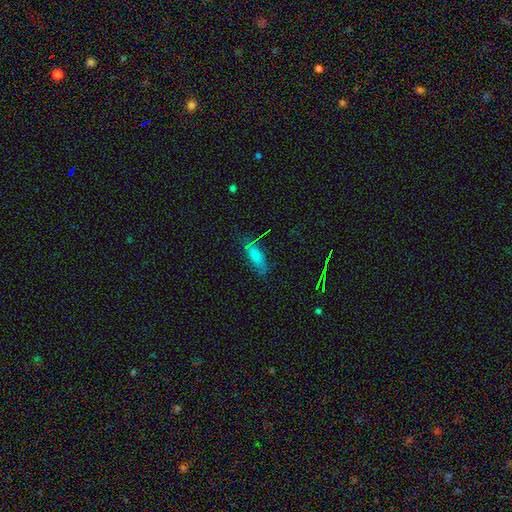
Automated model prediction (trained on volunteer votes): Smooth or featured? Predicted: smooth (p=0.68). How rounded? Predicted: in between (p=0.72). Merging? Predicted: none (p=0.65).